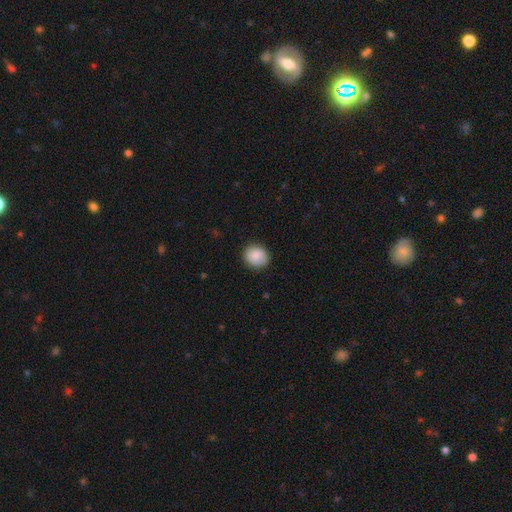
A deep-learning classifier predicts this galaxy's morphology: type=smooth (88%); roundness=round (77%); merging=none (87%).